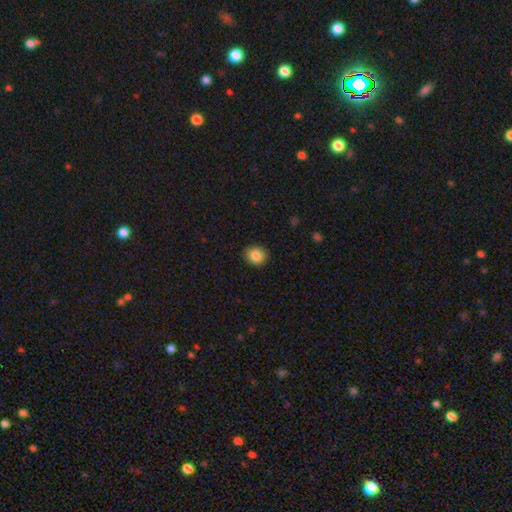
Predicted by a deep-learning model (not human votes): smooth_or_featured: smooth (p=0.85) [alt: star or artifact p=0.09]
how_rounded: round (p=0.72) [alt: in between p=0.27]
merging: none (p=0.91) [alt: minor disturbance p=0.07]